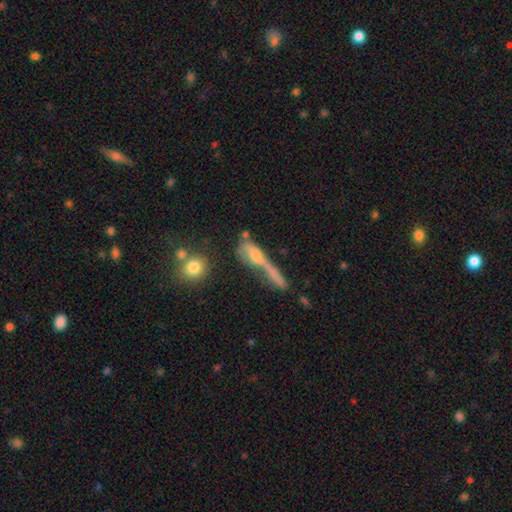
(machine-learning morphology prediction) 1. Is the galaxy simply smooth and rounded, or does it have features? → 48% smooth, 40% featured or disk, 12% star or artifact.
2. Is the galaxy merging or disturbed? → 37% merger, 27% major disturbance, 23% none, 13% minor disturbance.